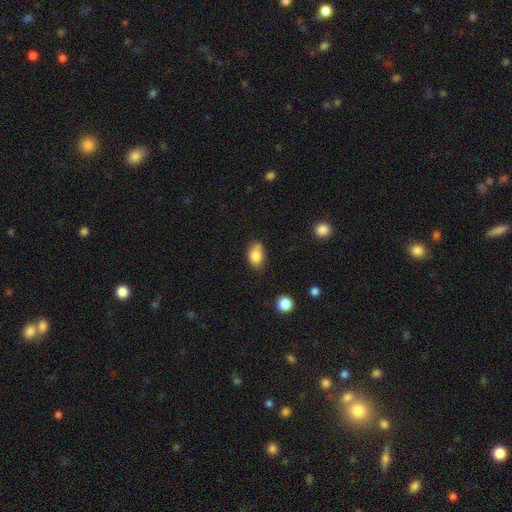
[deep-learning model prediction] Smooth or featured?
  - smooth: 83% *
  - star or artifact: 9%
  - featured or disk: 8%
How rounded?
  - in between: 79% *
  - round: 20%
  - cigar-shaped: 1%
Merging?
  - none: 61% *
  - minor disturbance: 23%
  - merger: 11%
  - major disturbance: 5%